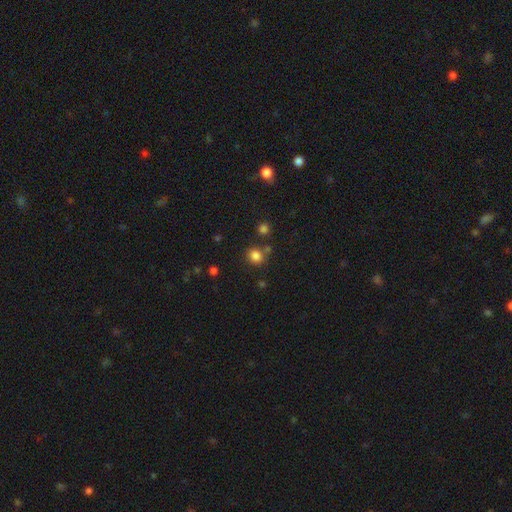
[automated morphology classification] Smooth or featured? Predicted: smooth (p=0.82). How rounded? Predicted: round (p=0.82). Merging? Predicted: none (p=0.74).